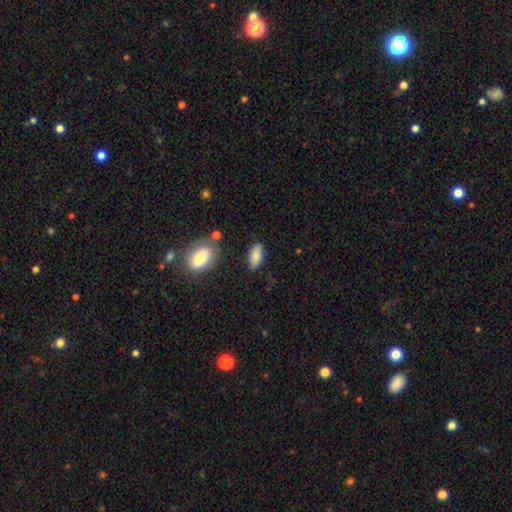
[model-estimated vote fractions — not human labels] Morphology: type=smooth (83%); roundness=in between (90%); merging=none (80%).